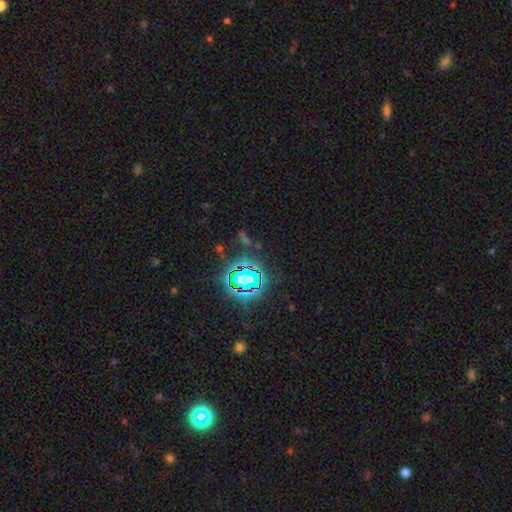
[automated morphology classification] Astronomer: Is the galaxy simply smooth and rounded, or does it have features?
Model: star or artifact — 80%.